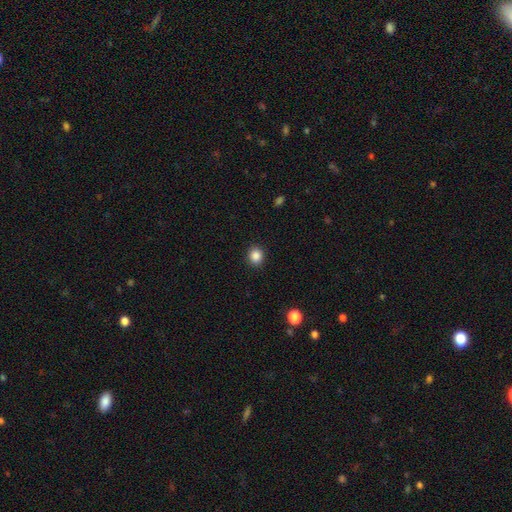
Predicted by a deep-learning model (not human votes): This is clearly a smooth galaxy (87%). How rounded: clearly round (80%). Merging: clearly none (91%).